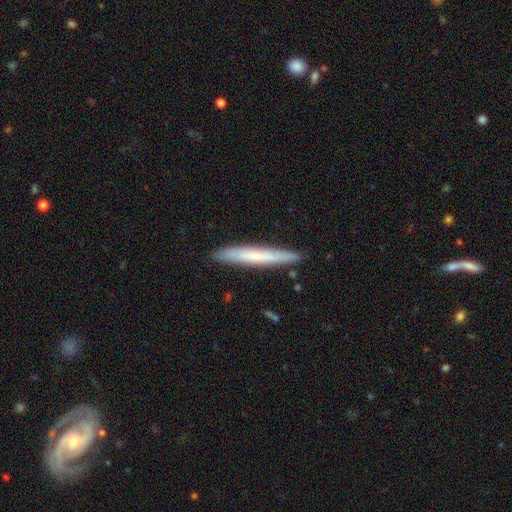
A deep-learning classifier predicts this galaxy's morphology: smooth_or_featured: smooth (p=0.61) [alt: featured or disk p=0.33]
how_rounded: cigar-shaped (p=0.96) [alt: in between p=0.03]
merging: none (p=0.89) [alt: minor disturbance p=0.09]